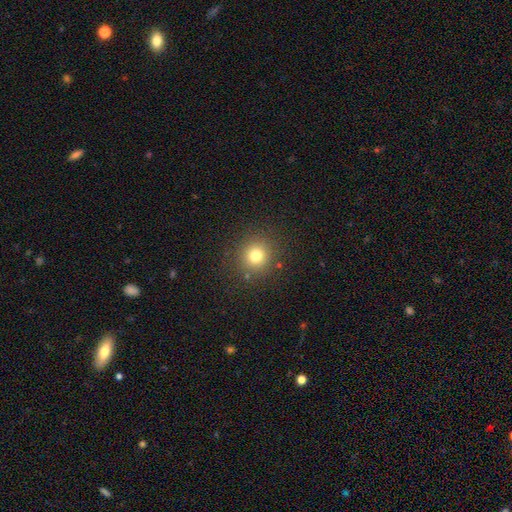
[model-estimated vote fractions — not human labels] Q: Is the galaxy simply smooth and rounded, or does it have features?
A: smooth — 77%.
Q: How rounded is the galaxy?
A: round — 92%.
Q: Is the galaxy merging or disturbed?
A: none — 88%.